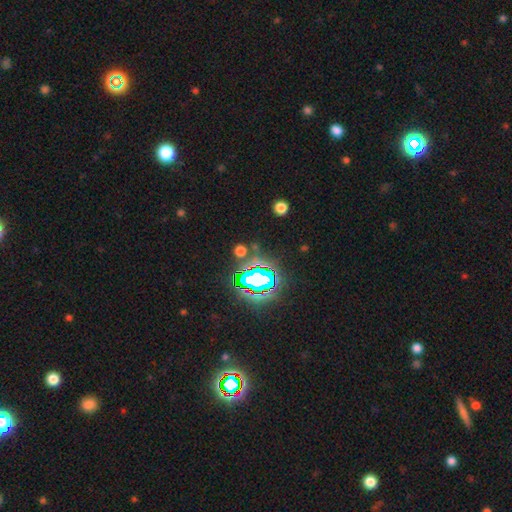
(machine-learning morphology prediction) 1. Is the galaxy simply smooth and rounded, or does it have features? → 74% star or artifact, 16% smooth, 10% featured or disk.